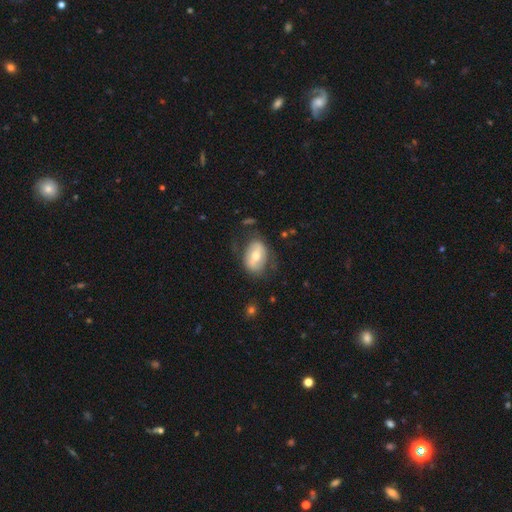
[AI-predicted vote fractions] A featured or disk galaxy (47%). Merging: none (66%).